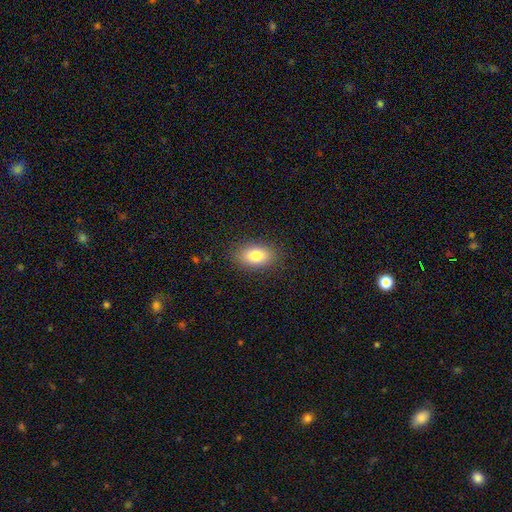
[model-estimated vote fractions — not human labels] smooth_or_featured: smooth (p=0.83) [alt: featured or disk p=0.09]
how_rounded: in between (p=0.90) [alt: round p=0.07]
merging: none (p=0.86) [alt: minor disturbance p=0.10]